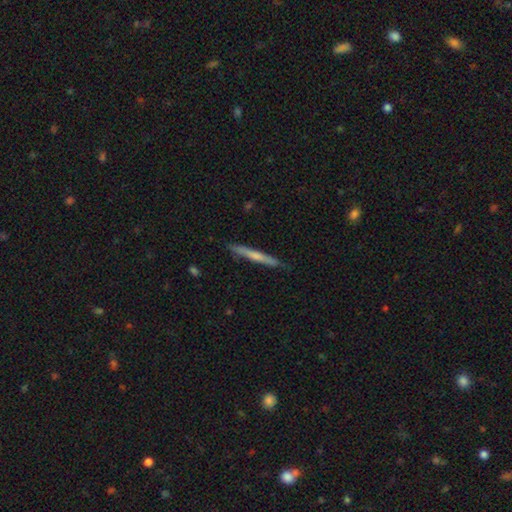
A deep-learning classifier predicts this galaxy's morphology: smooth-or-featured: smooth: 52% | featured or disk: 43% | star or artifact: 5%
  how-rounded: cigar-shaped: 96% | in between: 3% | round: 1%
  merging: none: 87% | minor disturbance: 10% | major disturbance: 2% | merger: 1%